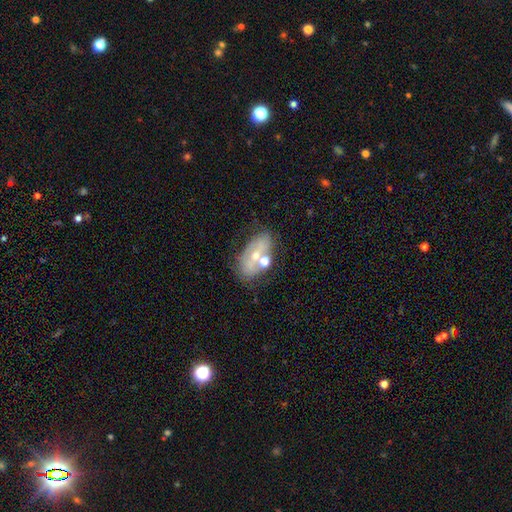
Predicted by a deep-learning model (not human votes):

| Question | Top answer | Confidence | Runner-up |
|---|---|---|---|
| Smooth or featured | featured or disk | 49% | smooth (37%) |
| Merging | none | 59% | minor disturbance (18%) |